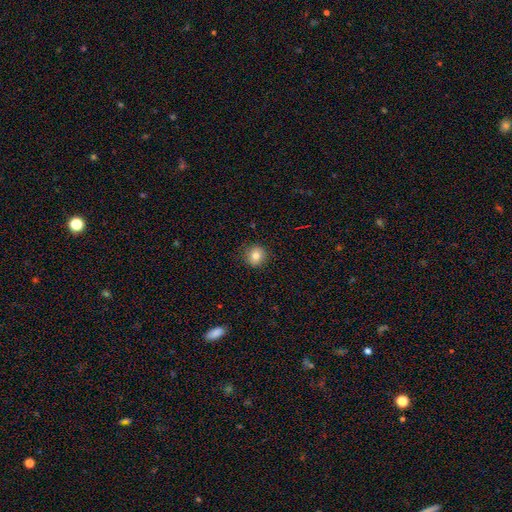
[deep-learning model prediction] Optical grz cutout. It shows a smooth galaxy with no disk features (81%) that is round (90%). Merging: none (88%).